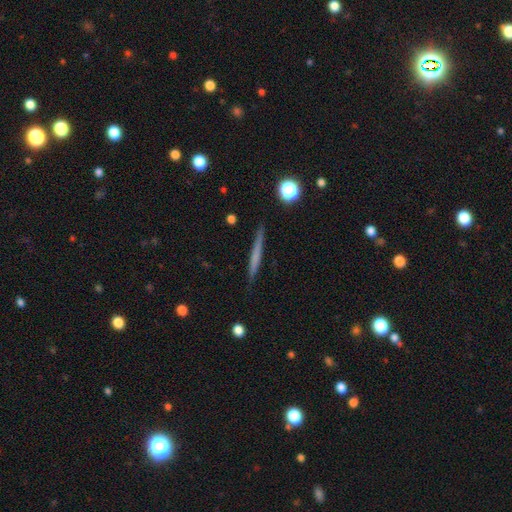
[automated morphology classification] This appears to be a smooth galaxy with no disk features (53%) that is cigar-shaped (95%). Merging: none (89%).